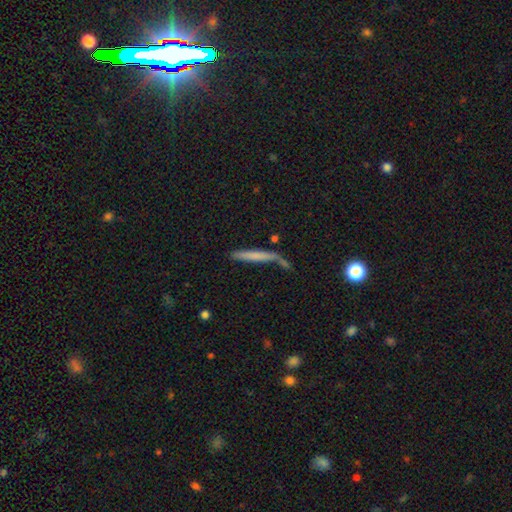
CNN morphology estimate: Smooth or featured?
  - smooth: 64% *
  - featured or disk: 28%
  - star or artifact: 8%
How rounded?
  - cigar-shaped: 94% *
  - in between: 5%
  - round: 2%
Merging?
  - none: 56% *
  - minor disturbance: 20%
  - merger: 15%
  - major disturbance: 9%